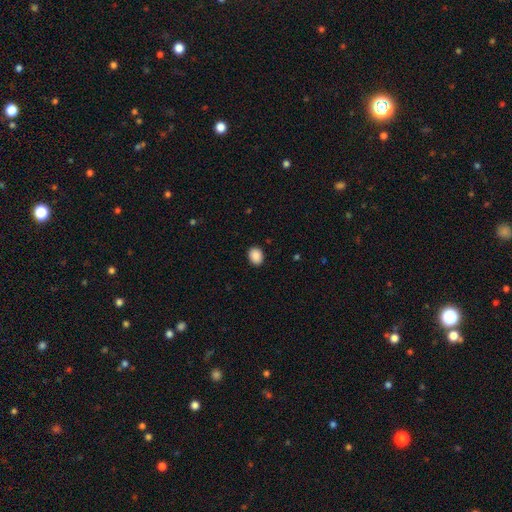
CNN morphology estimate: This appears to be a smooth galaxy with no disk features (90%) that is in between round and cigar-shaped (53%). Merging: none (89%).